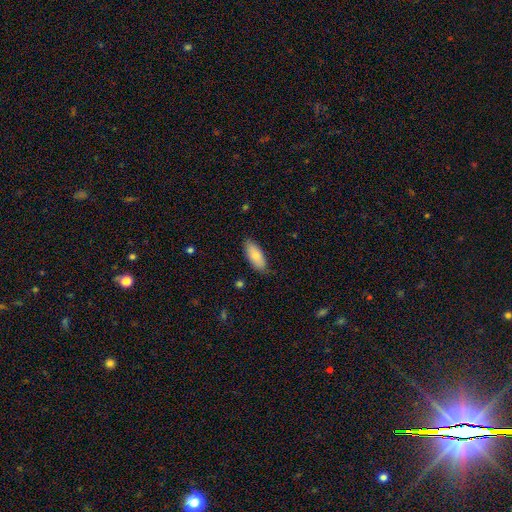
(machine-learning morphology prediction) A smooth galaxy with no disk features (79%) that is in between round and cigar-shaped (83%). Merging: none (85%).